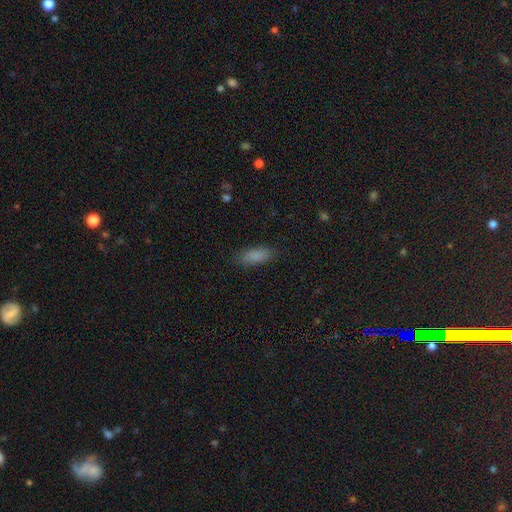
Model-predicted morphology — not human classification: Smooth or featured? Predicted: smooth (p=0.86). How rounded? Predicted: in between (p=0.73). Merging? Predicted: none (p=0.85).